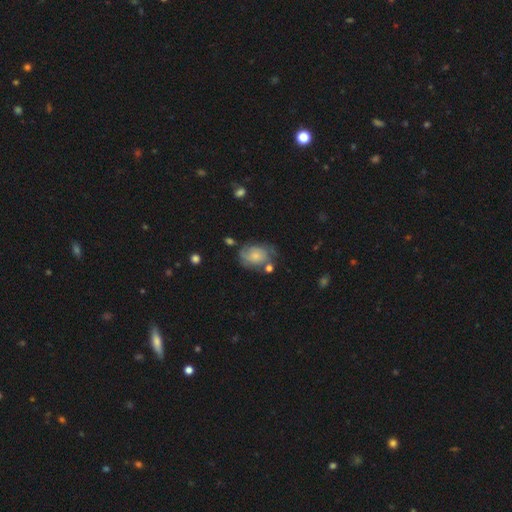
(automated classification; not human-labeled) Smooth or featured? smooth (49%)
Merging? none (48%)